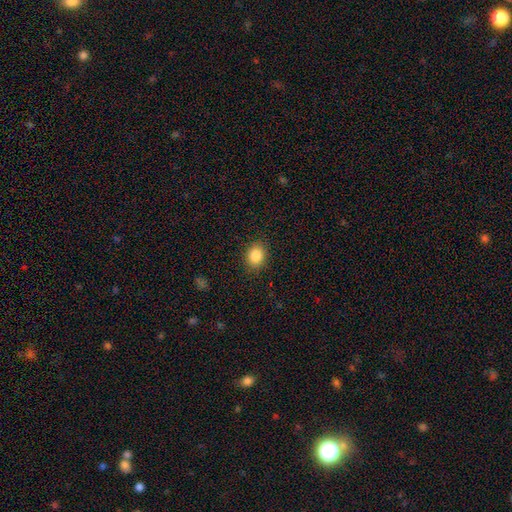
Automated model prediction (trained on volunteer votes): This is clearly a smooth galaxy (86%). How rounded: possibly in between (54%). Merging: clearly none (88%).